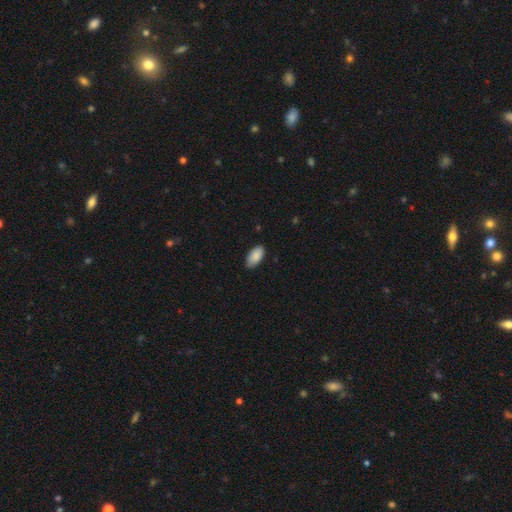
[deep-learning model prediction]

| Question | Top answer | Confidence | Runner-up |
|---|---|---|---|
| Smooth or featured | smooth | 88% | star or artifact (6%) |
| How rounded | in between | 95% | cigar-shaped (3%) |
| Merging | none | 77% | minor disturbance (20%) |